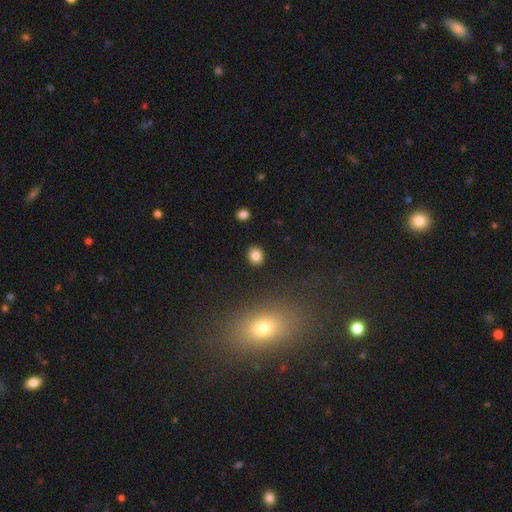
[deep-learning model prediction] This is clearly a smooth galaxy (83%). How rounded: clearly round (82%). Merging: clearly none (91%).